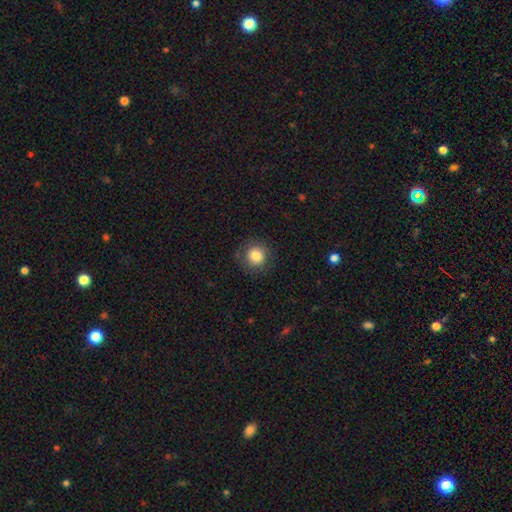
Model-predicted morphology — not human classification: smooth_or_featured: smooth (p=0.81) [alt: star or artifact p=0.10]
how_rounded: round (p=0.94) [alt: in between p=0.06]
merging: none (p=0.86) [alt: minor disturbance p=0.09]